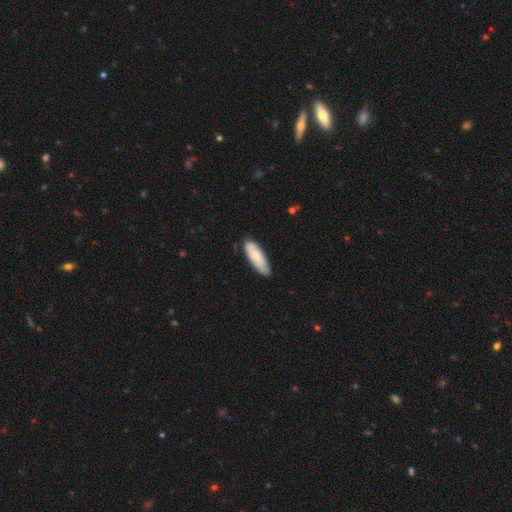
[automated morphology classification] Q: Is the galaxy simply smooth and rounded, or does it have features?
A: smooth — 81%.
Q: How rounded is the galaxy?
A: in between — 56%.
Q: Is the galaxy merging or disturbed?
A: none — 78%.